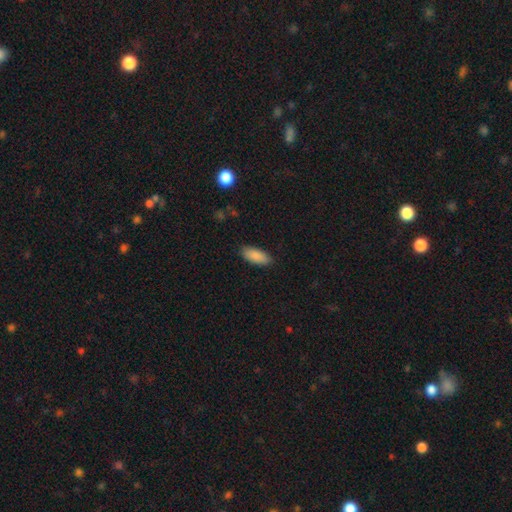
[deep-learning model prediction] This appears to be a smooth galaxy with no disk features (89%) that is in between round and cigar-shaped (86%). Merging: none (88%).